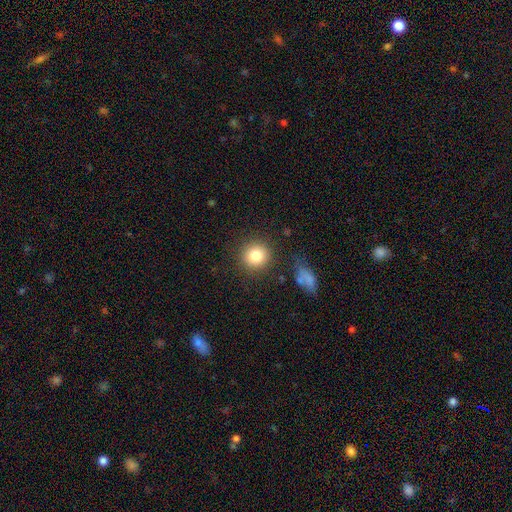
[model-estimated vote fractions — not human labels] Morphology: type=smooth (81%); roundness=round (92%); merging=none (86%).